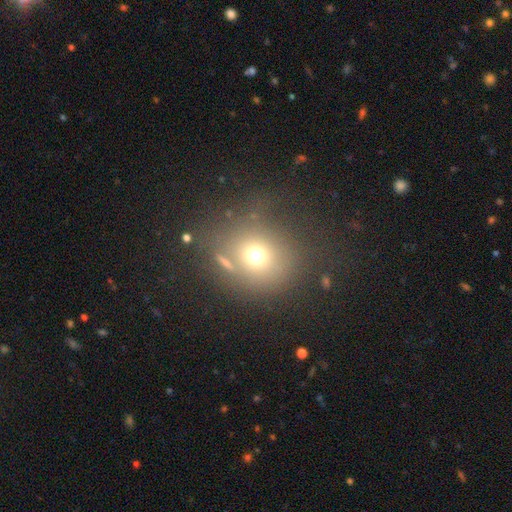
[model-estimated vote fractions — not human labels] Overall: smooth (68%). How rounded: round (83%). Merging: none (66%).